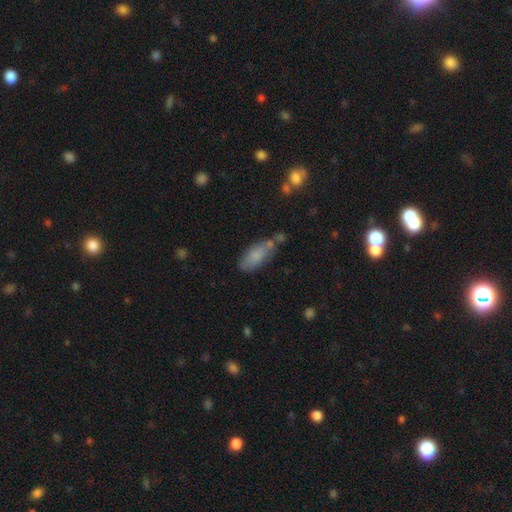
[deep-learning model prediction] smooth_or_featured: smooth (p=0.78) [alt: featured or disk p=0.15]
how_rounded: in between (p=0.79) [alt: cigar-shaped p=0.18]
merging: none (p=0.53) [alt: minor disturbance p=0.24]